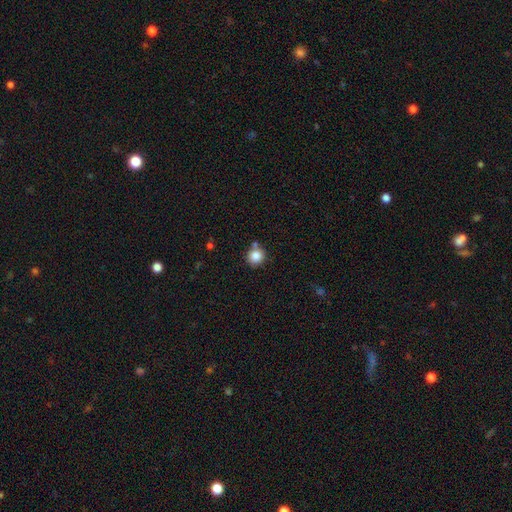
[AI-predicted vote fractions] Overall: smooth (84%). How rounded: round (92%). Merging: none (72%).